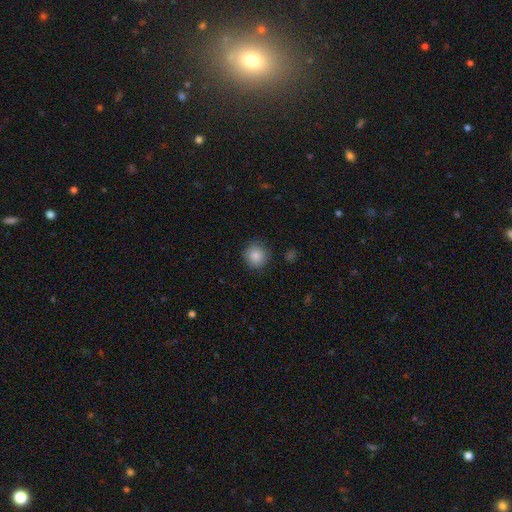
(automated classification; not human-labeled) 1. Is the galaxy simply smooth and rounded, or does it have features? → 85% smooth, 9% star or artifact, 6% featured or disk.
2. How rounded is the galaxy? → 92% round, 7% in between, 1% cigar-shaped.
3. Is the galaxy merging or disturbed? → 86% none, 10% minor disturbance, 3% major disturbance, 1% merger.